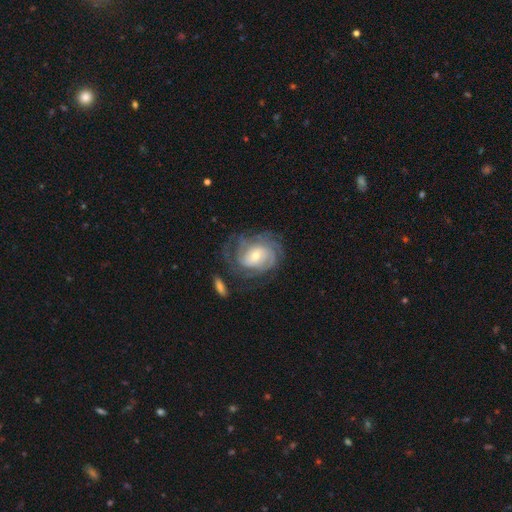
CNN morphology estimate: Q: Smooth or featured?
A: featured or disk (83%); runner-up: smooth (11%)
Q: Edge-on disk?
A: no (97%); runner-up: yes (3%)
Q: Bar?
A: no (60%); runner-up: weak (32%)
Q: Spiral arms?
A: yes (94%); runner-up: no (6%)
Q: Spiral winding?
A: tight (65%); runner-up: medium (27%)
Q: Spiral arm count?
A: can't tell (37%); runner-up: 4 (18%)
Q: Bulge size?
A: small (53%); runner-up: moderate (40%)
Q: Merging?
A: none (62%); runner-up: minor disturbance (19%)